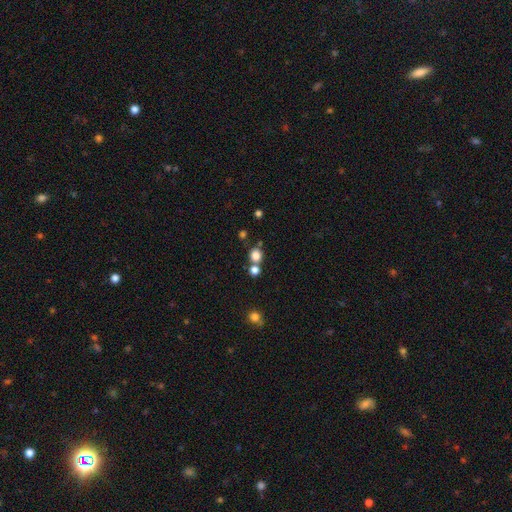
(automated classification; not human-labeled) Q: Smooth or featured?
A: smooth (80%); runner-up: star or artifact (14%)
Q: How rounded?
A: round (84%); runner-up: in between (15%)
Q: Merging?
A: none (65%); runner-up: merger (23%)